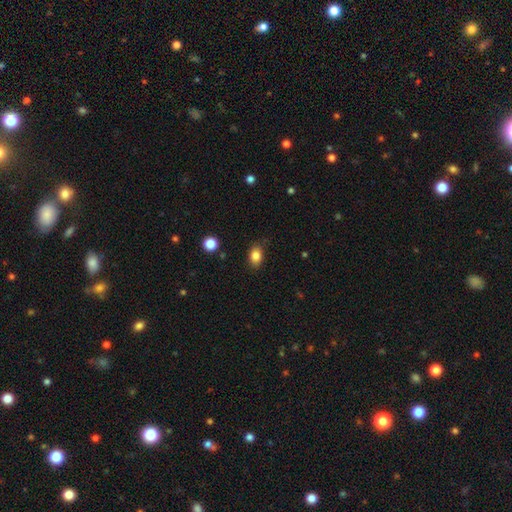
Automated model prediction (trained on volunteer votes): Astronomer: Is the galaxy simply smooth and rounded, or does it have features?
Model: smooth — 84%.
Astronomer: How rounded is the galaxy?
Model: in between — 77%.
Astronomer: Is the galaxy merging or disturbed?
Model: none — 80%.